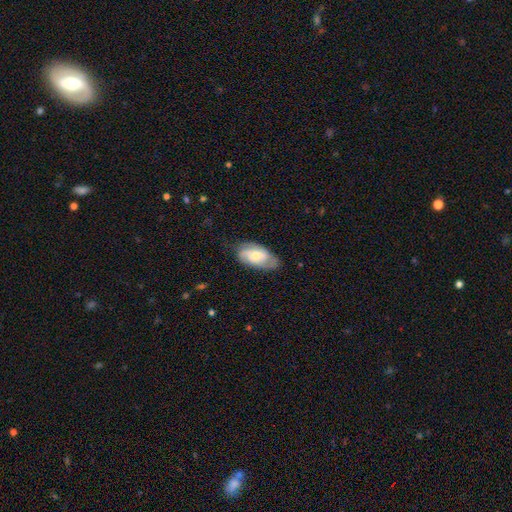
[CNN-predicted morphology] The model was most divided on "bulge size": moderate: 50%, small: 41%, large: 5%, none: 3%, dominant: 1%. More confident: edge-on disk — no (93%); spiral arms — yes (84%); merging — none (69%); bar — no (57%); smooth or featured — featured or disk (54%).